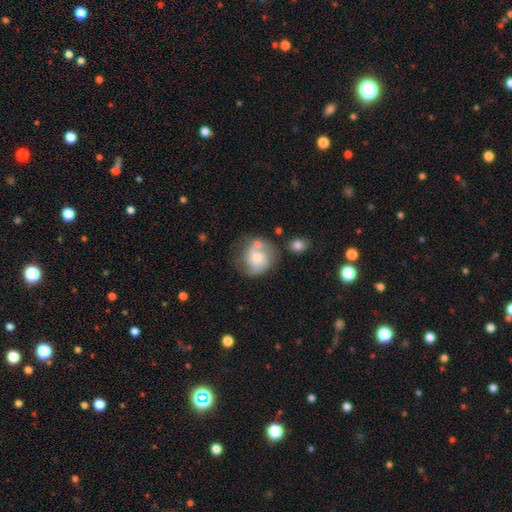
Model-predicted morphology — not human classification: The model was most divided on "smooth or featured": featured or disk: 49%, smooth: 41%, star or artifact: 10%. More confident: merging — none (56%).